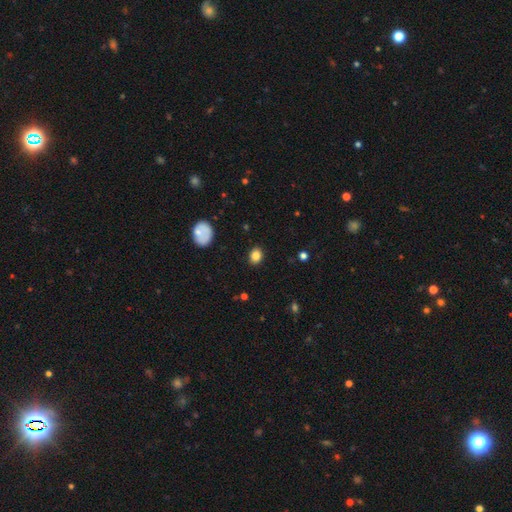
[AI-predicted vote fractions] This is clearly a smooth galaxy (85%). How rounded: possibly round (51%). Merging: clearly none (88%).